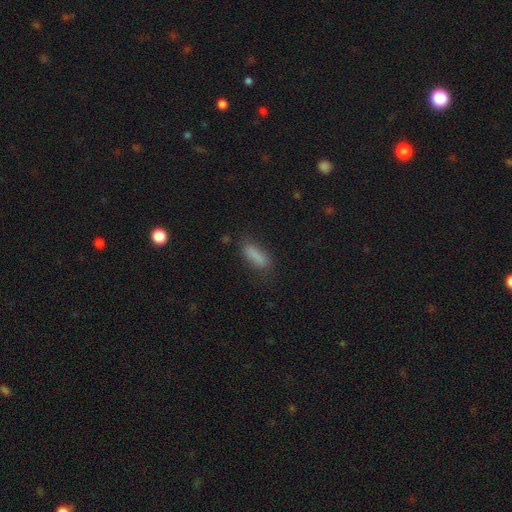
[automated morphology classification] smooth 83%, star or artifact 10%, featured or disk 8%. Down the decision tree: how rounded — in between (59%); merging — none (71%).